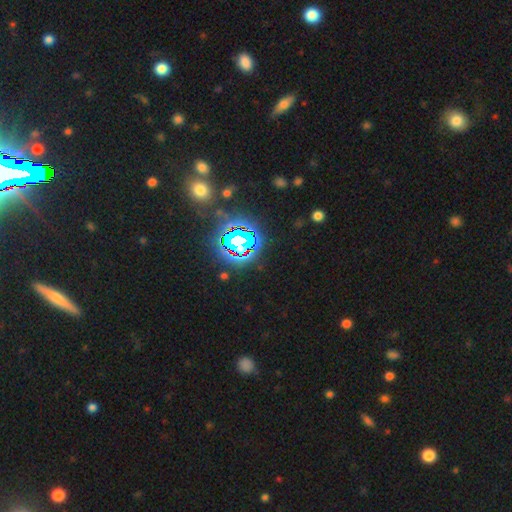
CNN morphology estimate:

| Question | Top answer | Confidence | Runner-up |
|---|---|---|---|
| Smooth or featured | star or artifact | 81% | smooth (11%) |